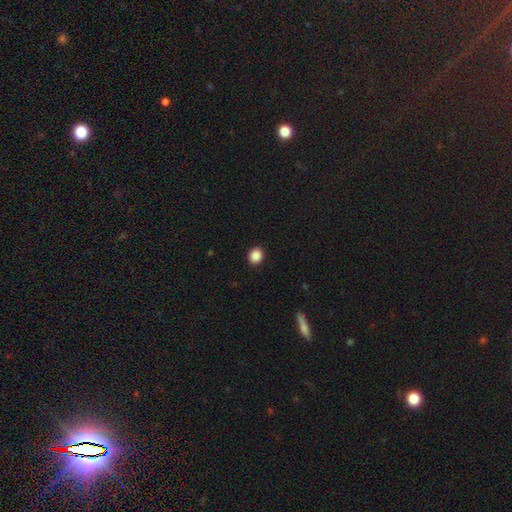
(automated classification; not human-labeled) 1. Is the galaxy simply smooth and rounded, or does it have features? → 88% smooth, 9% star or artifact, 3% featured or disk.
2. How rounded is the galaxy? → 77% round, 22% in between, 1% cigar-shaped.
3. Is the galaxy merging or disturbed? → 92% none, 5% minor disturbance, 2% major disturbance, 1% merger.